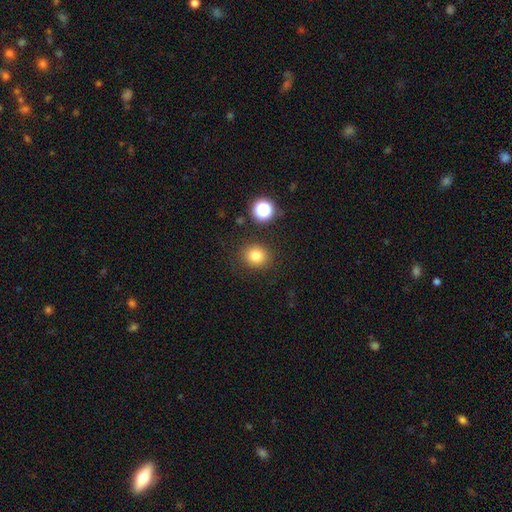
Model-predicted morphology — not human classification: Smooth or featured? Predicted: smooth (p=0.79). How rounded? Predicted: round (p=0.84). Merging? Predicted: none (p=0.87).